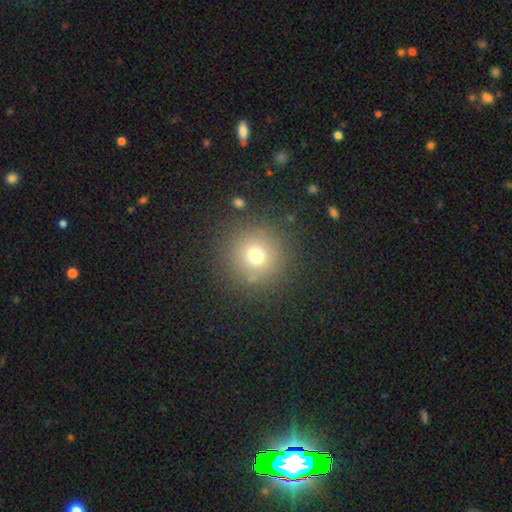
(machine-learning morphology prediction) The model was most divided on "smooth or featured": smooth: 71%, star or artifact: 18%, featured or disk: 11%. More confident: how rounded — round (95%); merging — none (86%).